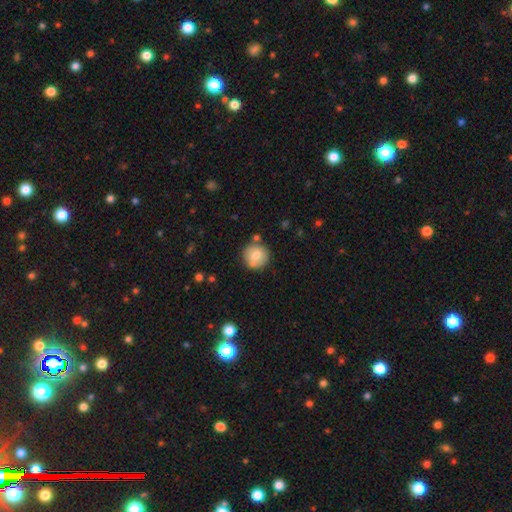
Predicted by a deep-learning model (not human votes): Smooth or featured? smooth (76%)
How rounded? round (93%)
Merging? none (76%)